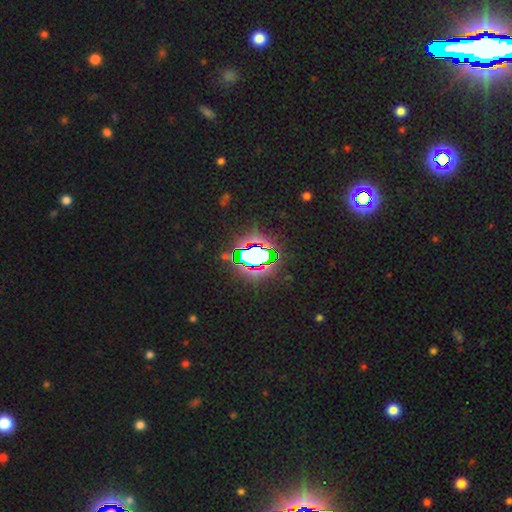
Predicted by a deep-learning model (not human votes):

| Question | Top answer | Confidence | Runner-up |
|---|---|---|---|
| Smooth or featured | star or artifact | 74% | smooth (15%) |